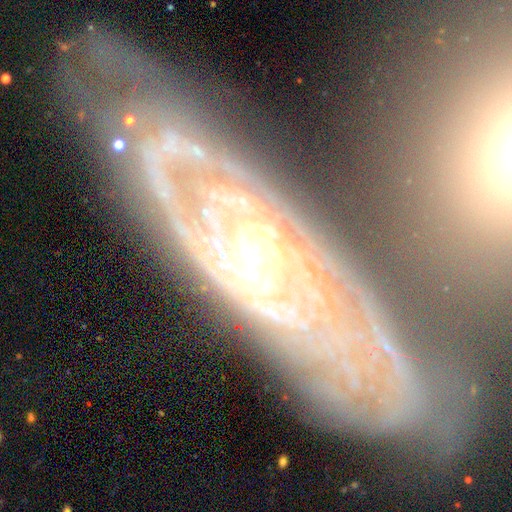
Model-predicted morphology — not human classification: Smooth or featured? Predicted: featured or disk (p=0.85). Edge-on disk? Predicted: no (p=0.84). Bar? Predicted: no (p=0.53). Spiral arms? Predicted: yes (p=0.83). Spiral winding? Predicted: tight (p=0.56). Spiral arm count? Predicted: can't tell (p=0.34). Bulge size? Predicted: moderate (p=0.66). Merging? Predicted: none (p=0.46).